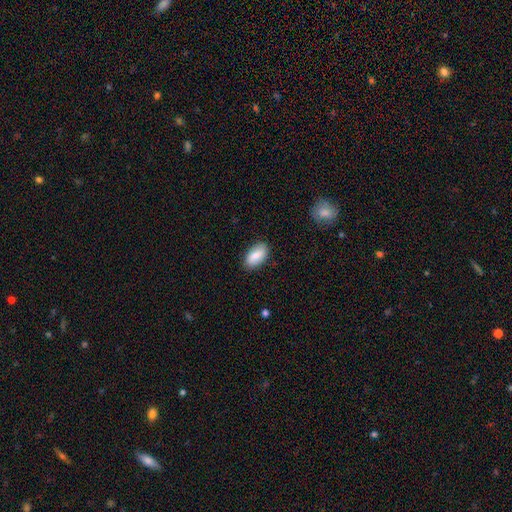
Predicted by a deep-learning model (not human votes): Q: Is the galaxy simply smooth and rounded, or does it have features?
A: smooth — 82%.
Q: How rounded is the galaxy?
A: in between — 93%.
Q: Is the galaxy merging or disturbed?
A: none — 86%.